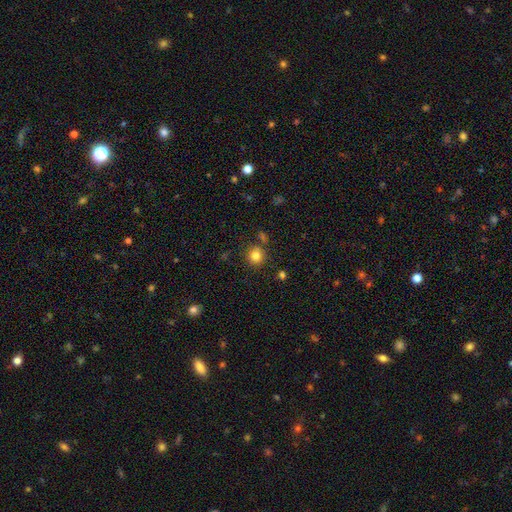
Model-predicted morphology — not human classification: This is clearly a smooth galaxy (82%). How rounded: clearly round (91%). Merging: clearly none (81%).